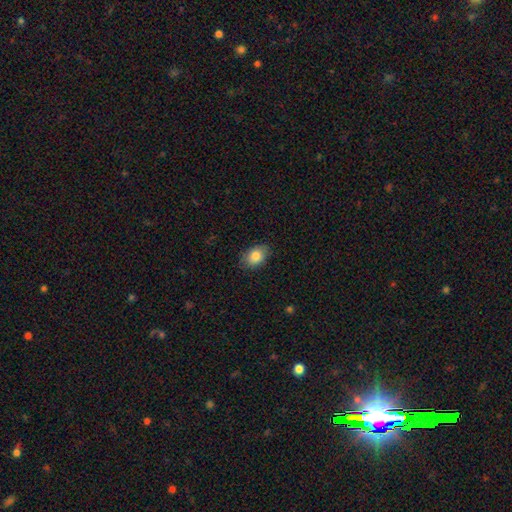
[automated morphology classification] A smooth galaxy with no disk features (84%) that is in between round and cigar-shaped (81%).

Vote fractions:
- Smooth or featured? smooth: 84% / featured or disk: 8% / star or artifact: 8%
- How rounded? in between: 81% / round: 18% / cigar-shaped: 1%
- Merging? none: 83% / minor disturbance: 13% / major disturbance: 3% / merger: 1%